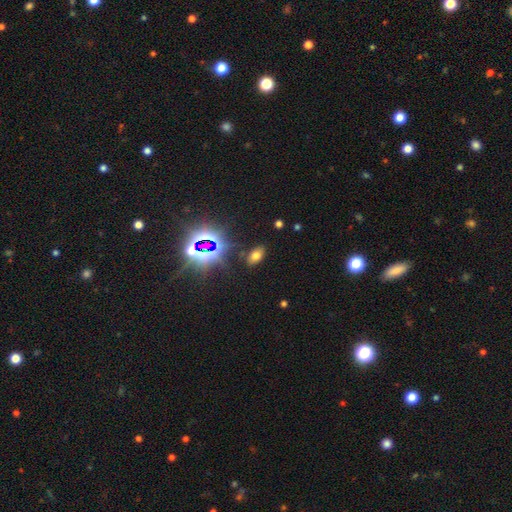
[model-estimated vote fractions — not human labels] Morphology: type=smooth (60%); roundness=in between (89%); merging=none (85%).